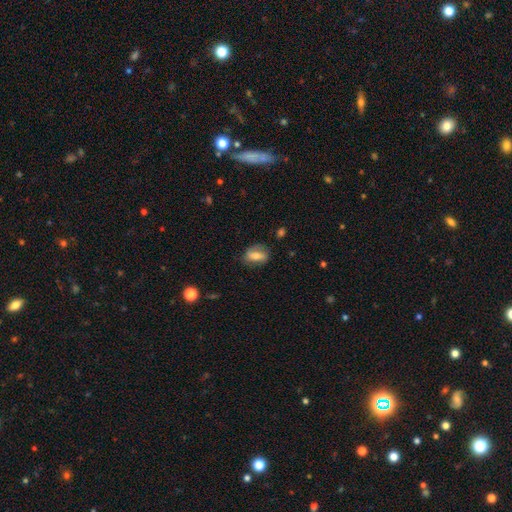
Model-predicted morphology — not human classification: Smooth or featured?
  - smooth: 51% *
  - featured or disk: 41%
  - star or artifact: 8%
How rounded?
  - in between: 76% *
  - round: 15%
  - cigar-shaped: 9%
Merging?
  - none: 70% *
  - minor disturbance: 21%
  - major disturbance: 7%
  - merger: 2%